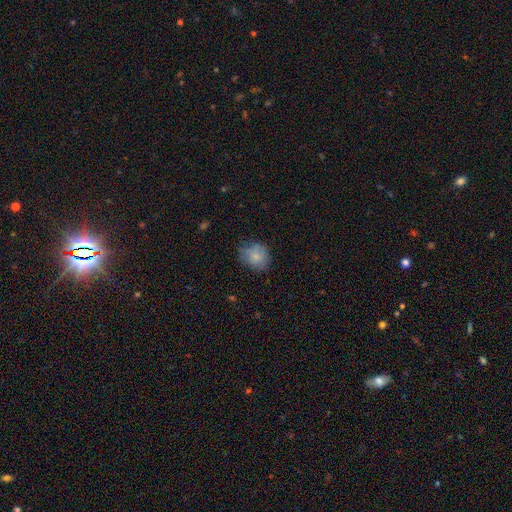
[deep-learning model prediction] Morphology: type=smooth (73%); roundness=round (69%); merging=none (59%).